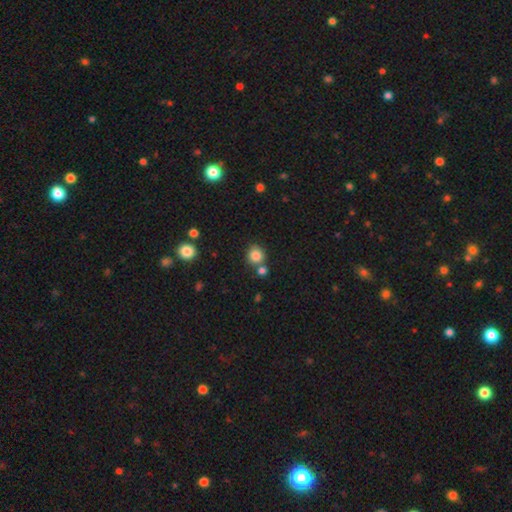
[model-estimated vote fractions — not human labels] The model was most divided on "merging": none: 69%, merger: 18%, minor disturbance: 10%, major disturbance: 3%. More confident: how rounded — round (86%); smooth or featured — smooth (83%).